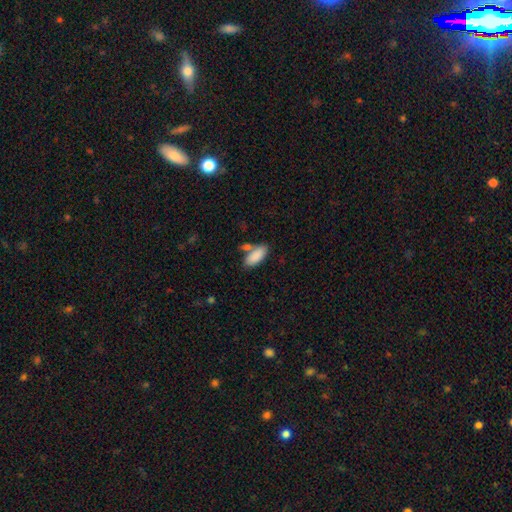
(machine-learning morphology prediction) type=smooth (88%); roundness=in between (88%); merging=none (62%).